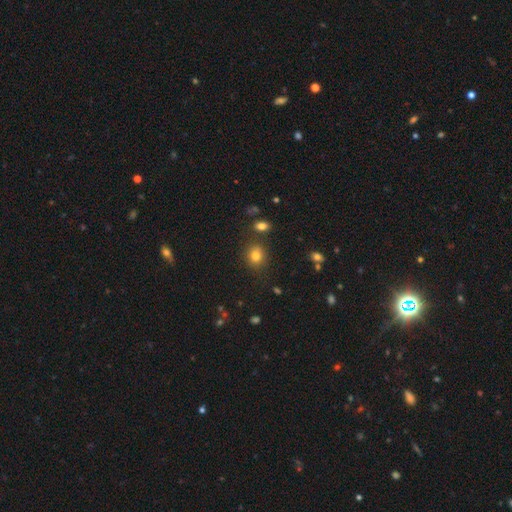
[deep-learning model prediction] This appears to be a smooth galaxy with no disk features (80%) that is round (72%). Merging: none (82%).